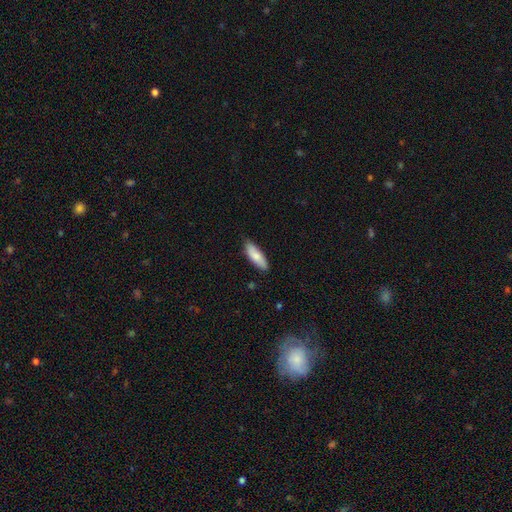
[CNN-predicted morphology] This is clearly a smooth galaxy (81%). How rounded: likely in between (62%). Merging: clearly none (83%).